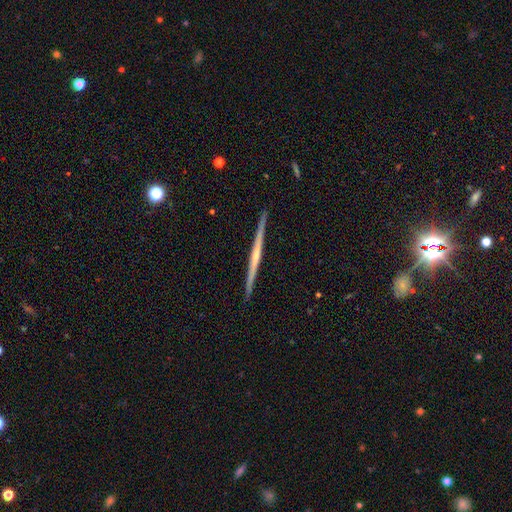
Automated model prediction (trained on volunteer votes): Smooth or featured: featured or disk — 76% (smooth — 18%)
Edge-on disk: yes — 98% (no — 2%)
Edge-on bulge: none — 54% (rounded — 39%)
Merging: none — 92% (minor disturbance — 6%)